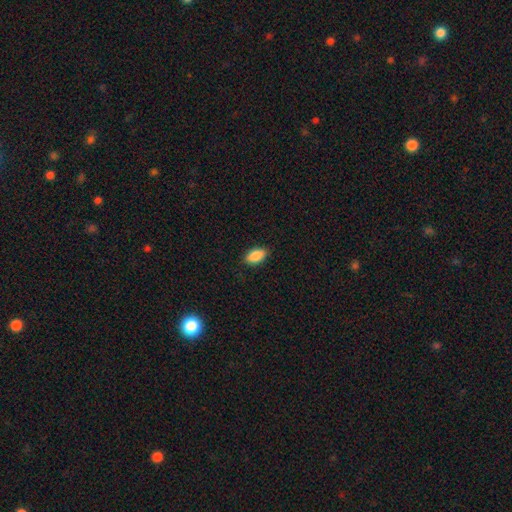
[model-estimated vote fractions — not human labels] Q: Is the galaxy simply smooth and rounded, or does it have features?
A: smooth — 88%.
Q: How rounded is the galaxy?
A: in between — 92%.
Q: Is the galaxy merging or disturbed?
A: none — 88%.